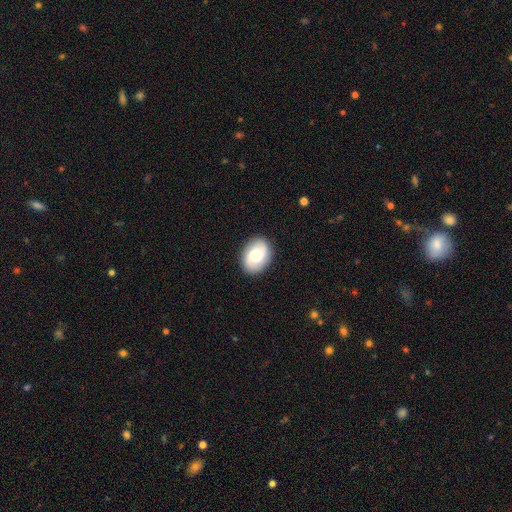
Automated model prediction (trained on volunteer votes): Smooth or featured? smooth (49%)
Merging? none (88%)